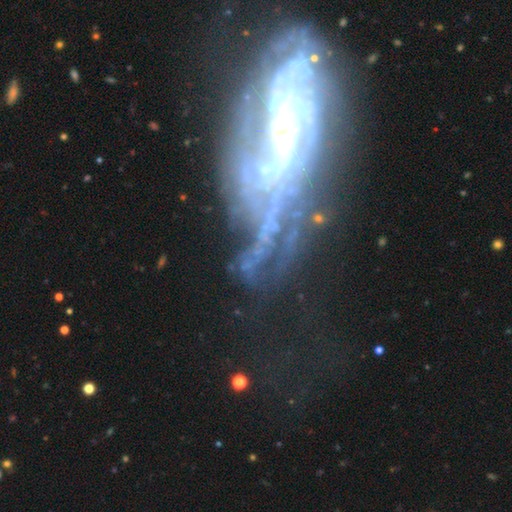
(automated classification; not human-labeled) Smooth or featured: featured or disk — 67% (star or artifact — 22%)
Edge-on disk: no — 90% (yes — 10%)
Bar: no — 48% (weak — 26%)
Spiral arms: yes — 63% (no — 37%)
Bulge size: small — 44% (moderate — 24%)
Merging: none — 43% (major disturbance — 32%)